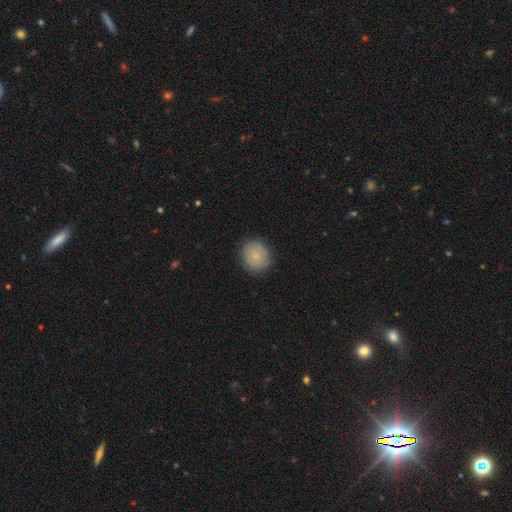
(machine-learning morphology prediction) smooth 78%, featured or disk 14%, star or artifact 8%. Down the decision tree: how rounded — round (84%); merging — none (85%).